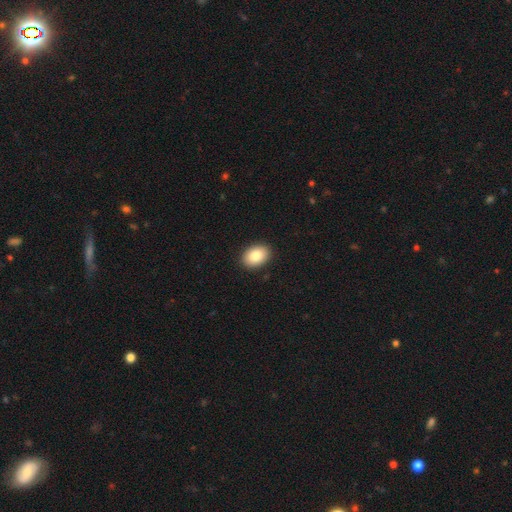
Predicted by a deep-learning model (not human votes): A smooth galaxy with no disk features (85%) that is in between round and cigar-shaped (81%). Merging: none (91%).